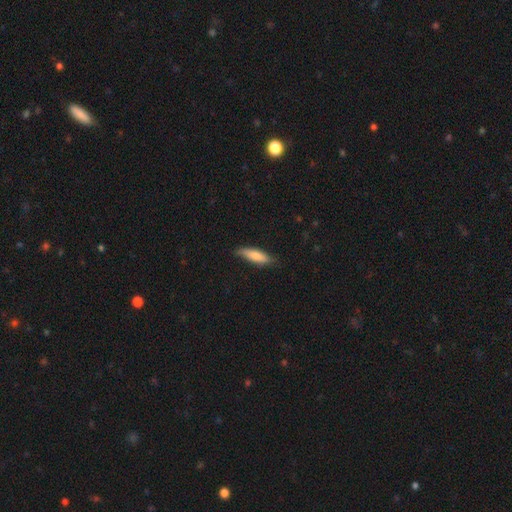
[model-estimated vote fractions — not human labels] Smooth or featured? smooth (76%)
How rounded? cigar-shaped (59%)
Merging? none (73%)